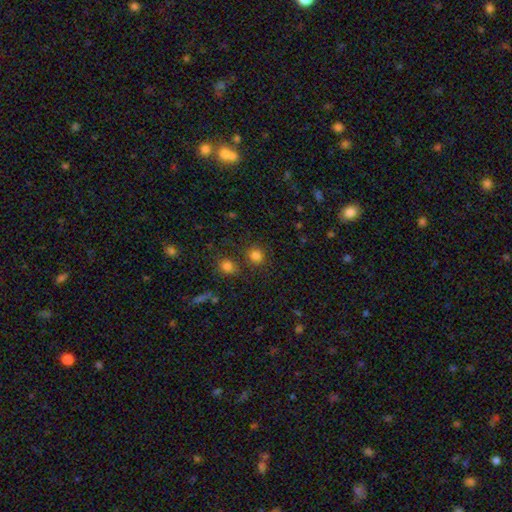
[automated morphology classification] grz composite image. It shows a smooth galaxy with no disk features (81%) that is round (89%). Merging: none (78%).